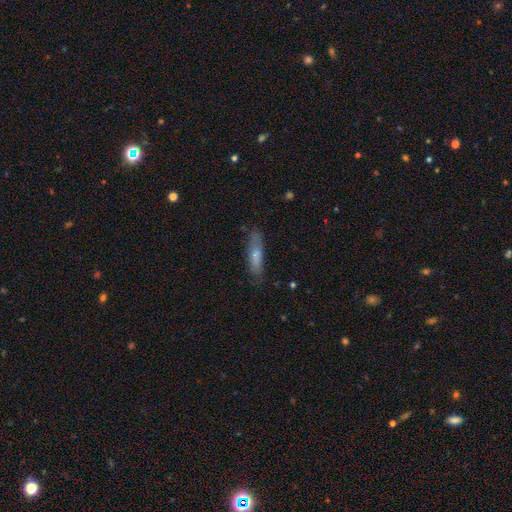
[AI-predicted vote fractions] Overall: smooth (71%). How rounded: cigar-shaped (71%). Merging: none (74%).